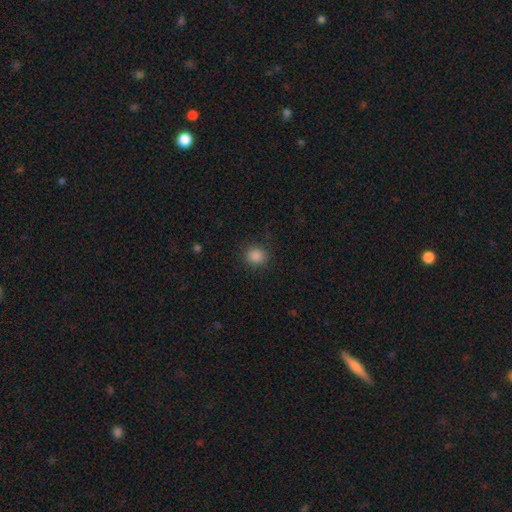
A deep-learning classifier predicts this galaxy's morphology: type=smooth (85%); roundness=round (82%); merging=none (88%).